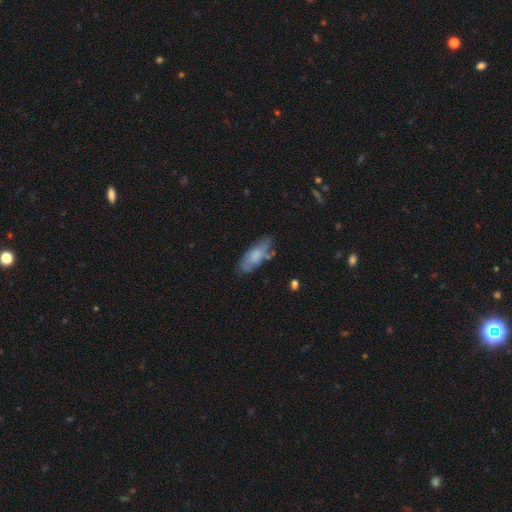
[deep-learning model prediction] Morphology: type=smooth (67%); roundness=in between (75%); merging=none (62%).